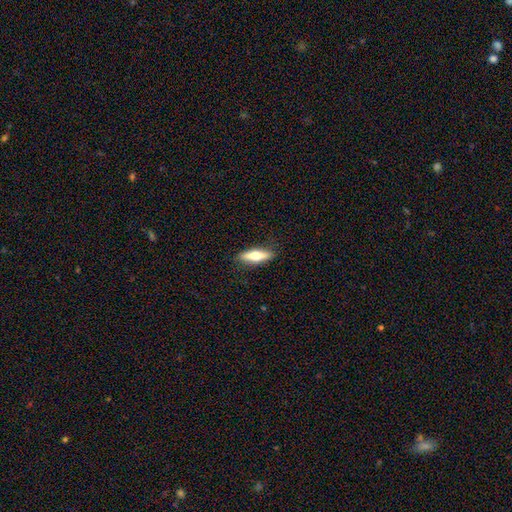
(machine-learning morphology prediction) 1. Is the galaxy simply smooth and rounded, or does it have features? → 52% smooth, 42% featured or disk, 6% star or artifact.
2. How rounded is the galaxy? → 58% cigar-shaped, 39% in between, 3% round.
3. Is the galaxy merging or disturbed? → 89% none, 8% minor disturbance, 2% major disturbance, 1% merger.